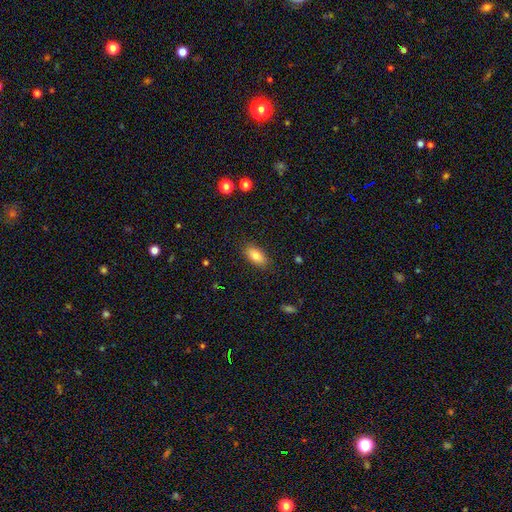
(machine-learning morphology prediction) smooth_or_featured: smooth (p=0.81) [alt: featured or disk p=0.10]
how_rounded: in between (p=0.88) [alt: cigar-shaped p=0.07]
merging: none (p=0.86) [alt: minor disturbance p=0.11]